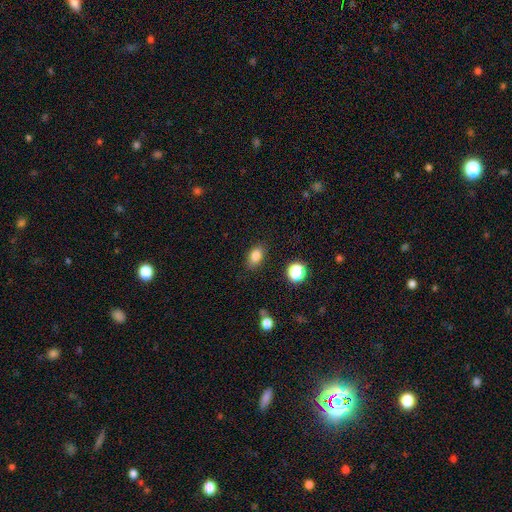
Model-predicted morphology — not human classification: smooth_or_featured: smooth (p=0.83) [alt: star or artifact p=0.11]
how_rounded: in between (p=0.82) [alt: round p=0.16]
merging: none (p=0.85) [alt: minor disturbance p=0.11]